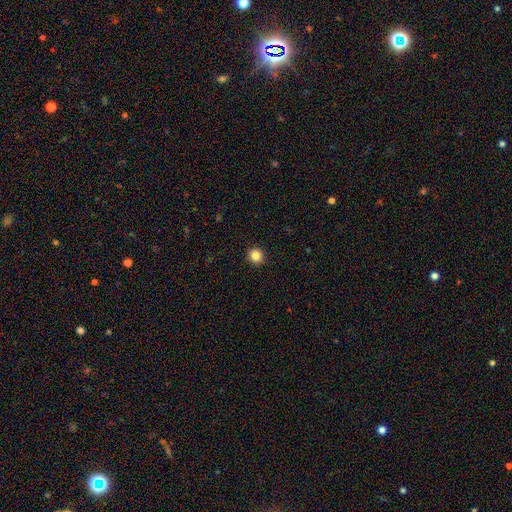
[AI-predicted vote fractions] Smooth or featured? Predicted: smooth (p=0.85). How rounded? Predicted: round (p=0.91). Merging? Predicted: none (p=0.93).